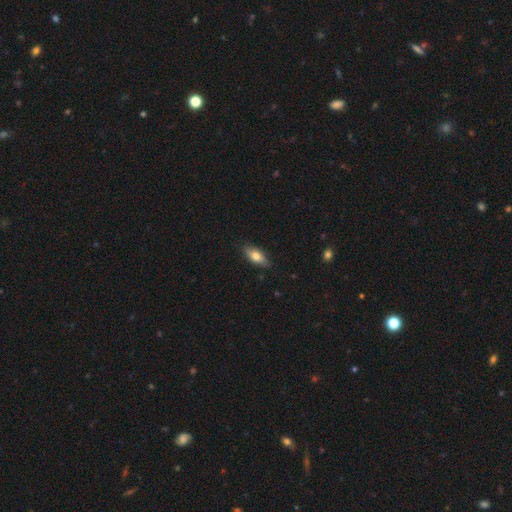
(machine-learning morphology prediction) Overall: smooth (72%). How rounded: in between (78%). Merging: none (85%).